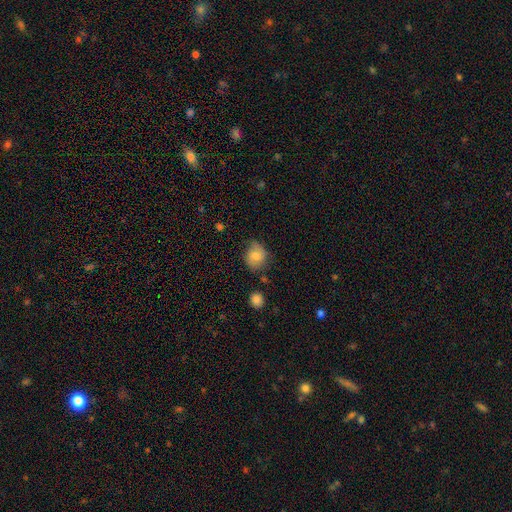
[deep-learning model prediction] Q: Smooth or featured?
A: smooth (72%); runner-up: featured or disk (19%)
Q: How rounded?
A: round (67%); runner-up: in between (32%)
Q: Merging?
A: none (63%); runner-up: minor disturbance (27%)